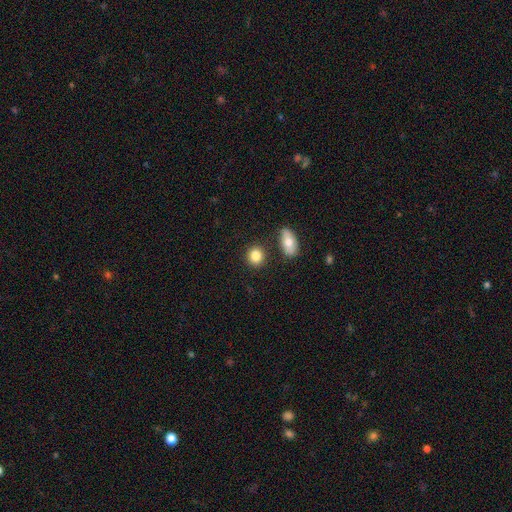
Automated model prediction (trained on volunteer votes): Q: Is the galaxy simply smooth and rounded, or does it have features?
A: smooth — 85%.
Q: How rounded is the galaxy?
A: round — 74%.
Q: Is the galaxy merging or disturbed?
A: none — 81%.